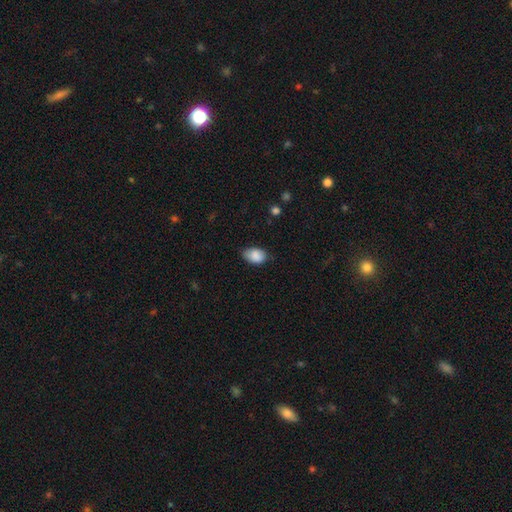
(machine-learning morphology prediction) This appears to be a smooth galaxy with no disk features (87%) that is in between round and cigar-shaped (87%). Merging: none (68%).